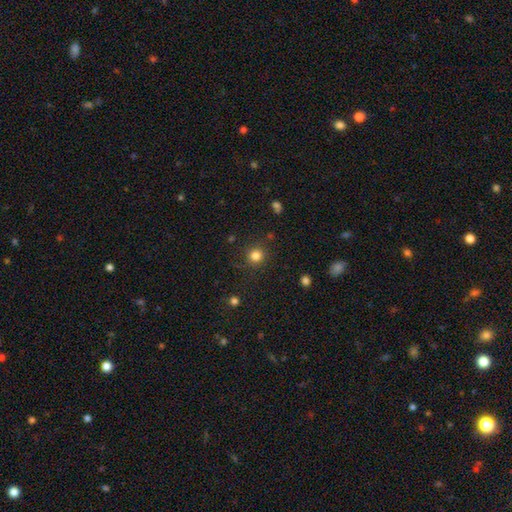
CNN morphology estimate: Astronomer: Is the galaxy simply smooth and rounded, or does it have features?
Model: smooth — 82%.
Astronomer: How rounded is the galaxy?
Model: round — 92%.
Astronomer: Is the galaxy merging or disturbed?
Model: none — 87%.